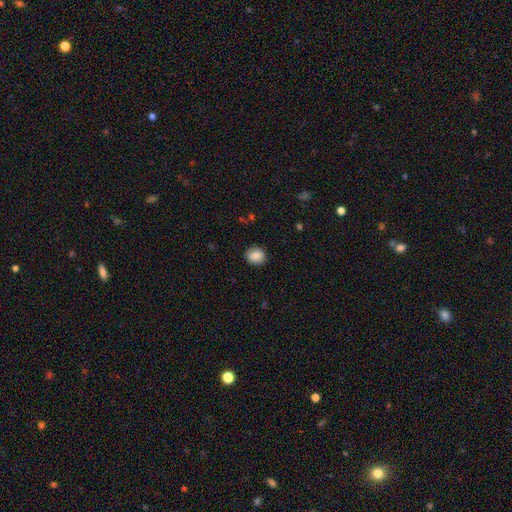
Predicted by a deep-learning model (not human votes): smooth_or_featured: smooth (p=0.87) [alt: star or artifact p=0.08]
how_rounded: round (p=0.63) [alt: in between p=0.36]
merging: none (p=0.86) [alt: minor disturbance p=0.10]